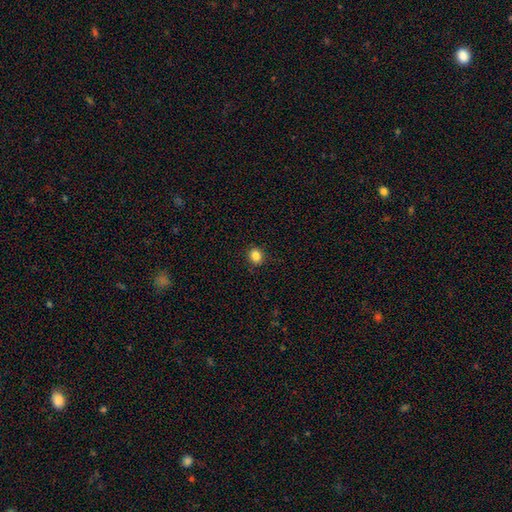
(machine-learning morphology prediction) This is clearly a smooth galaxy (85%). How rounded: likely round (75%). Merging: clearly none (89%).